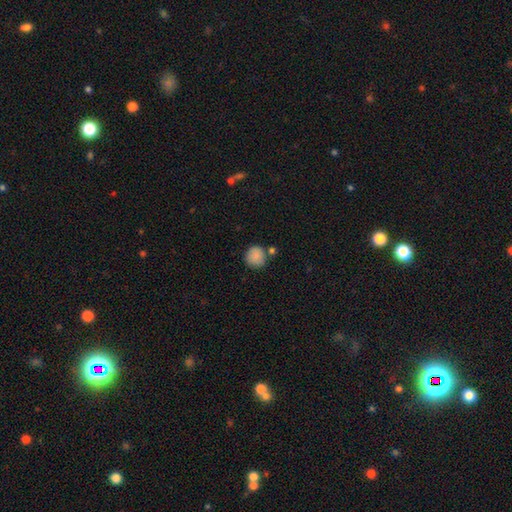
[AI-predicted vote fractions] This is clearly a smooth galaxy (87%). How rounded: clearly round (92%). Merging: likely none (73%).